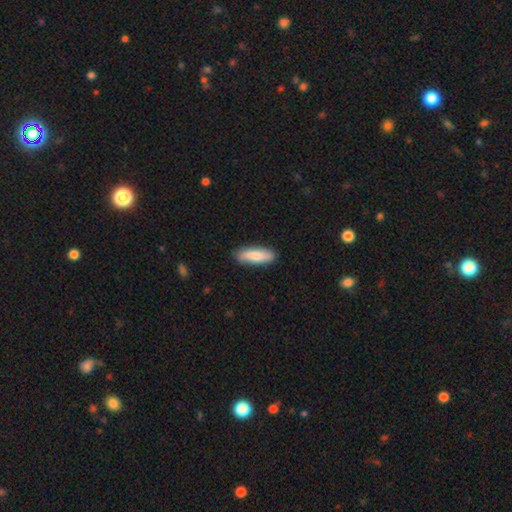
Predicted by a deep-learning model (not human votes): Smooth or featured: smooth — 78% (featured or disk — 17%)
How rounded: cigar-shaped — 52% (in between — 46%)
Merging: none — 85% (minor disturbance — 11%)